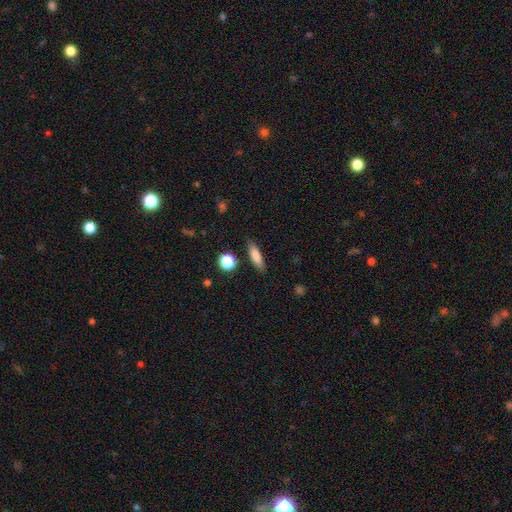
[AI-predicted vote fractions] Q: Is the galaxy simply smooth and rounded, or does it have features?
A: smooth — 80%.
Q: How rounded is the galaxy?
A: cigar-shaped — 60%.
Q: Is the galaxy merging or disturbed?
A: none — 84%.